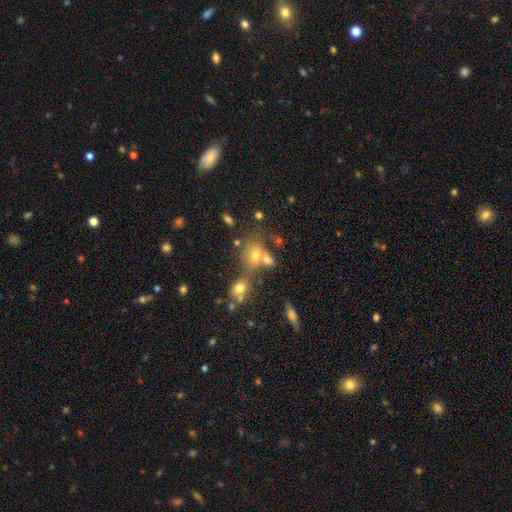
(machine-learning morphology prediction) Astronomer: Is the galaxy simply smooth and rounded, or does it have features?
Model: smooth — 59%.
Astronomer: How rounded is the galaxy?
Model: round — 50% (runner-up: in between, 47%).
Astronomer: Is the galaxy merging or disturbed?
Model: none — 45% (runner-up: merger, 36%).